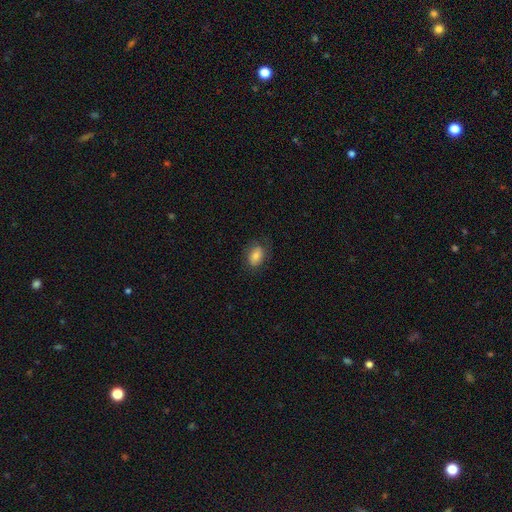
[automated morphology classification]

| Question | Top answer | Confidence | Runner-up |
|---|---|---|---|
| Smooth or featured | smooth | 79% | featured or disk (13%) |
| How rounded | in between | 84% | round (14%) |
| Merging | none | 74% | minor disturbance (18%) |